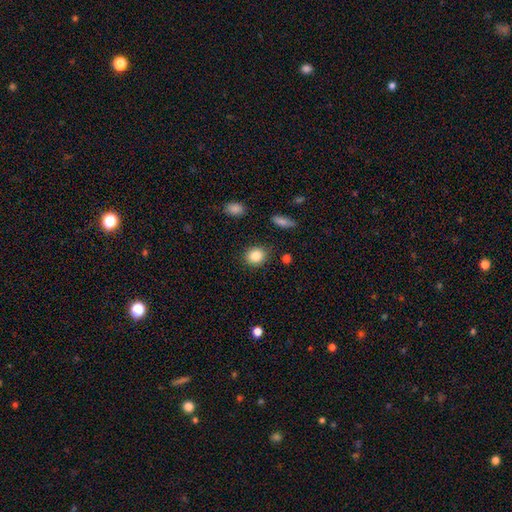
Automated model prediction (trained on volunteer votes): Q: Smooth or featured?
A: smooth (84%); runner-up: star or artifact (10%)
Q: How rounded?
A: round (73%); runner-up: in between (25%)
Q: Merging?
A: none (86%); runner-up: minor disturbance (9%)